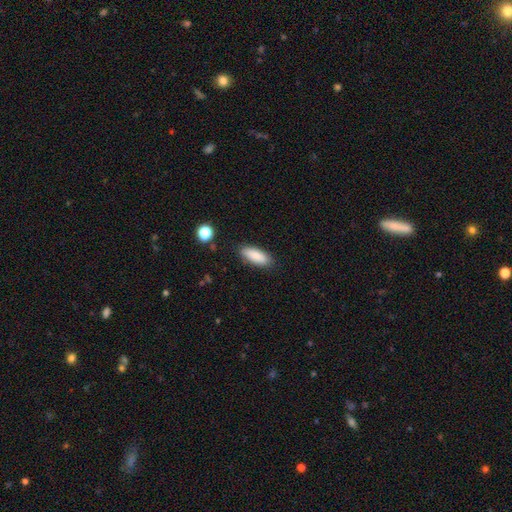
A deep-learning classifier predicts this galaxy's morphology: The model was most divided on "how rounded": in between: 75%, cigar-shaped: 23%, round: 2%. More confident: smooth or featured — smooth (87%); merging — none (86%).